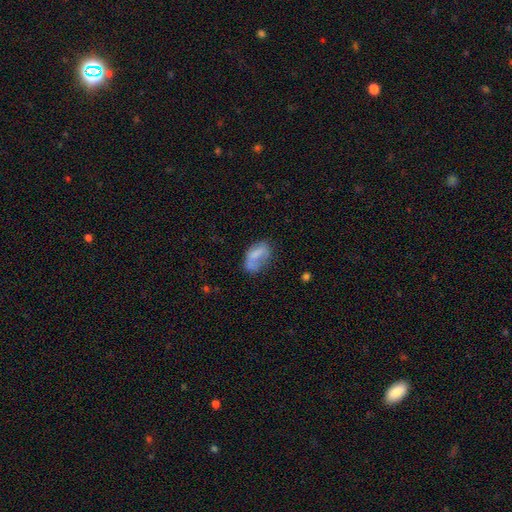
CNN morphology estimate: A smooth galaxy with no disk features (67%) that is in between round and cigar-shaped (89%).

Vote fractions:
- Smooth or featured? smooth: 67% / featured or disk: 24% / star or artifact: 9%
- How rounded? in between: 89% / round: 7% / cigar-shaped: 4%
- Merging? none: 42% / minor disturbance: 29% / major disturbance: 18% / merger: 10%